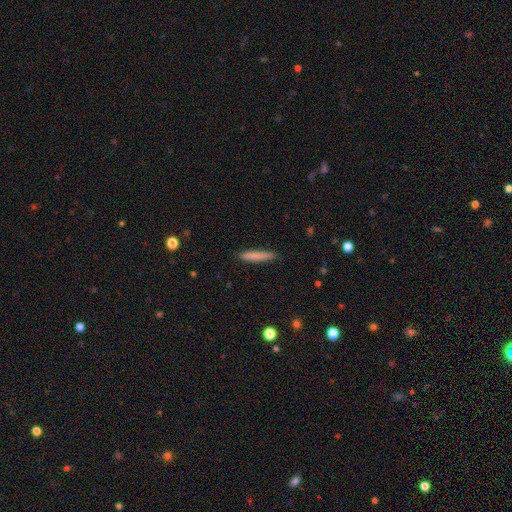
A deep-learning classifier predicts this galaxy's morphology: The model was most divided on "smooth or featured": smooth: 80%, featured or disk: 14%, star or artifact: 6%. More confident: how rounded — cigar-shaped (93%); merging — none (88%).